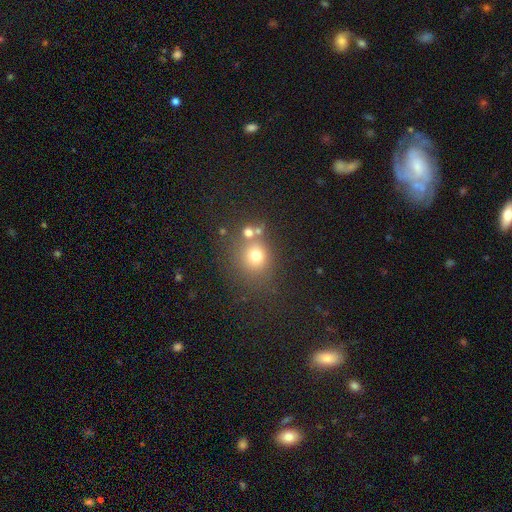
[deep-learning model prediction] Smooth or featured: smooth — 71% (star or artifact — 18%)
How rounded: round — 81% (in between — 18%)
Merging: none — 66% (merger — 17%)